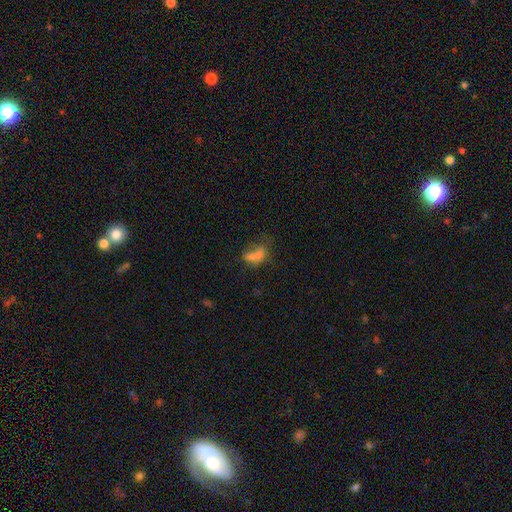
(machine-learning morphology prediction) Overall: smooth (63%). How rounded: in between (80%). Merging: merger (37%; none 25%).